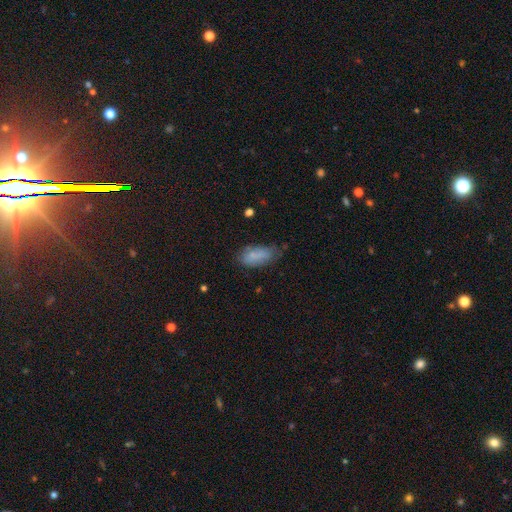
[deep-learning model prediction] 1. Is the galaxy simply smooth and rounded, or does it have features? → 81% smooth, 11% featured or disk, 8% star or artifact.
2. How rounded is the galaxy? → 88% in between, 10% cigar-shaped, 3% round.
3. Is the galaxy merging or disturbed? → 56% none, 32% minor disturbance, 9% major disturbance, 3% merger.